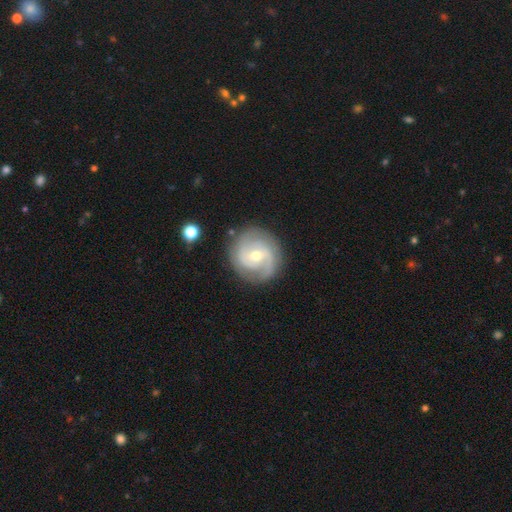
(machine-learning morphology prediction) Overall: featured or disk (82%). Edge-on disk: no (98%). Bar: weak (50%; no 38%). Spiral arms: yes (94%). Spiral arm count: 2 (68%). Spiral winding: tight (46%; medium 42%). Bulge size: moderate (54%; small 42%). Merging: none (83%).